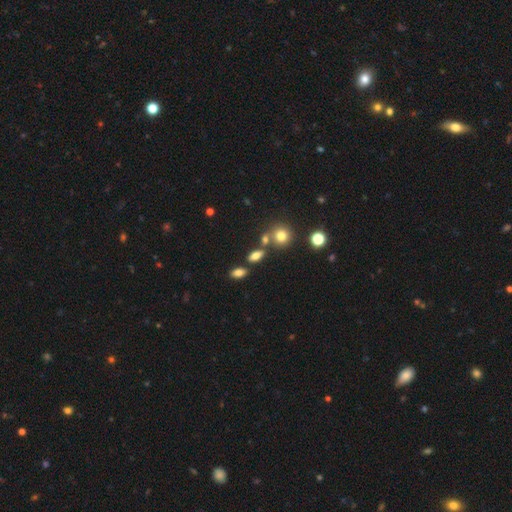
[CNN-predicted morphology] smooth_or_featured: smooth (p=0.70) [alt: featured or disk p=0.16]
how_rounded: in between (p=0.74) [alt: round p=0.13]
merging: none (p=0.68) [alt: merger p=0.16]